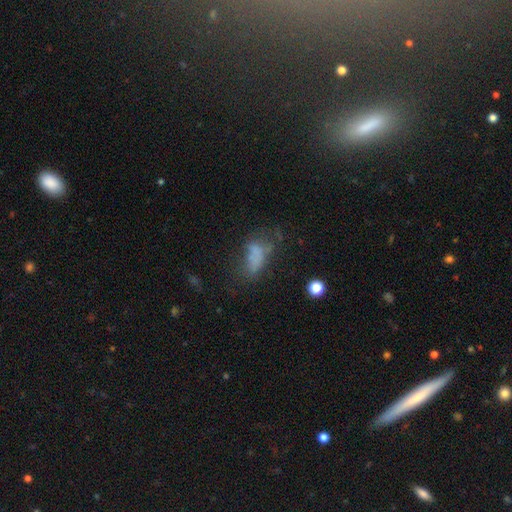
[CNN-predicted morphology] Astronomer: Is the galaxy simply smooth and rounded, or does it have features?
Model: smooth — 52% (runner-up: featured or disk, 30%).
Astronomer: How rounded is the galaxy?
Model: in between — 82%.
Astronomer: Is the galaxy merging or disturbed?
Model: major disturbance — 37% (runner-up: none, 32%).